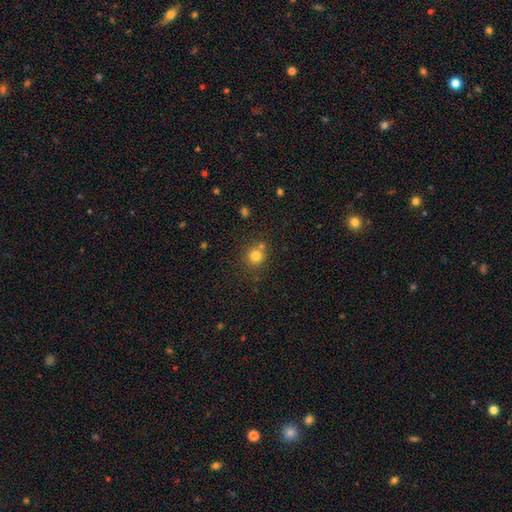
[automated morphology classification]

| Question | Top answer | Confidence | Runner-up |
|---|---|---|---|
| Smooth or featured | smooth | 79% | star or artifact (14%) |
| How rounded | round | 90% | in between (9%) |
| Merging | none | 68% | merger (19%) |